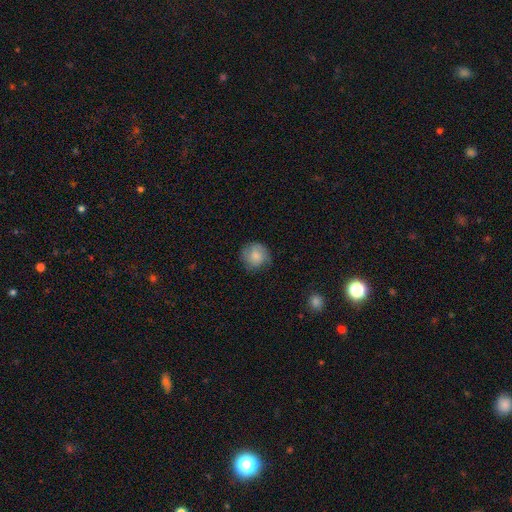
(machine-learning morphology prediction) Q: Smooth or featured?
A: smooth (77%); runner-up: featured or disk (16%)
Q: How rounded?
A: round (88%); runner-up: in between (11%)
Q: Merging?
A: none (74%); runner-up: minor disturbance (21%)